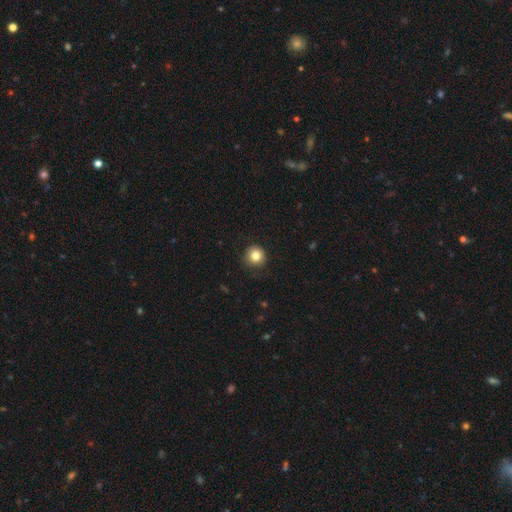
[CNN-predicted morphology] This is clearly a smooth galaxy (83%). How rounded: clearly round (94%). Merging: clearly none (86%).